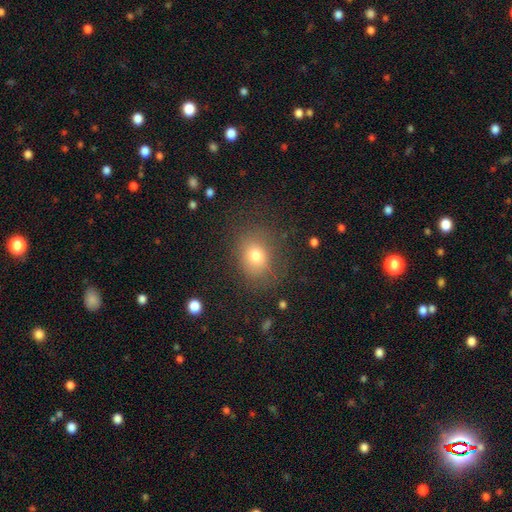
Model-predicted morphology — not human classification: A smooth galaxy with no disk features (75%) that is round (58%).

Vote fractions:
- Smooth or featured? smooth: 75% / star or artifact: 14% / featured or disk: 11%
- How rounded? round: 58% / in between: 41% / cigar-shaped: 1%
- Merging? none: 77% / minor disturbance: 14% / major disturbance: 7% / merger: 1%